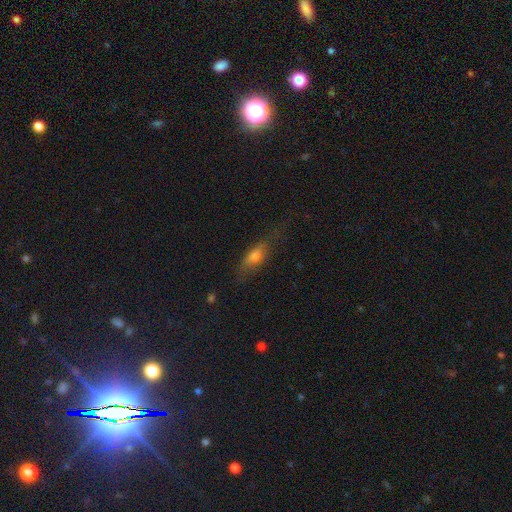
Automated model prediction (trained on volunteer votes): A smooth galaxy with no disk features (67%) that is in between round and cigar-shaped (62%).

Vote fractions:
- Smooth or featured? smooth: 67% / featured or disk: 24% / star or artifact: 9%
- How rounded? in between: 62% / cigar-shaped: 34% / round: 5%
- Merging? none: 63% / minor disturbance: 24% / major disturbance: 11% / merger: 2%